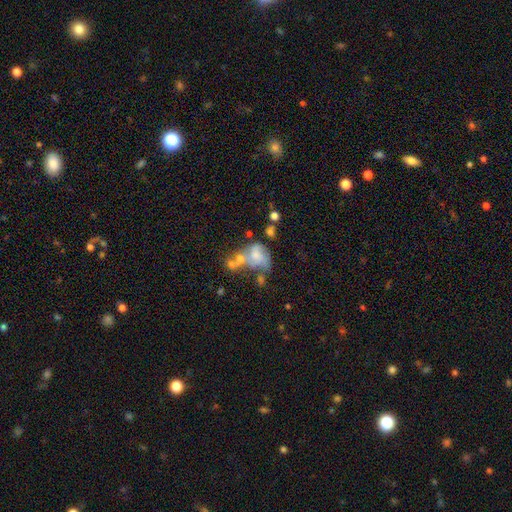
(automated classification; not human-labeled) This is possibly a featured or disk galaxy (47%). Merging: marginally merger (44%).